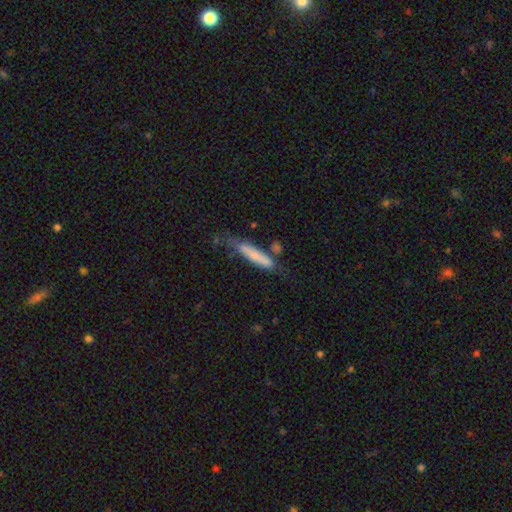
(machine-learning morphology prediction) smooth-or-featured: smooth: 67% | featured or disk: 27% | star or artifact: 6%
  how-rounded: cigar-shaped: 89% | in between: 9% | round: 2%
  merging: none: 55% | minor disturbance: 25% | merger: 11% | major disturbance: 9%